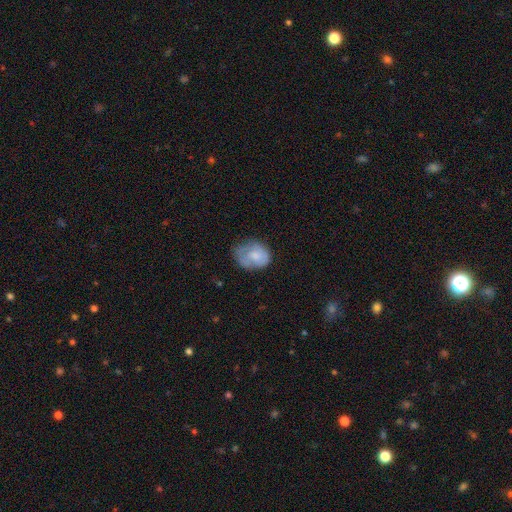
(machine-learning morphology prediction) smooth_or_featured: smooth (p=0.66) [alt: featured or disk p=0.27]
how_rounded: in between (p=0.57) [alt: round p=0.42]
merging: none (p=0.49) [alt: minor disturbance p=0.34]